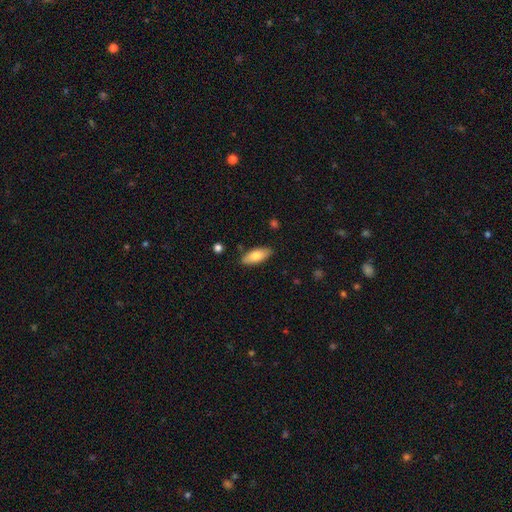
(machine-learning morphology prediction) A smooth galaxy with no disk features (77%) that is in between round and cigar-shaped (79%). Merging: none (86%).